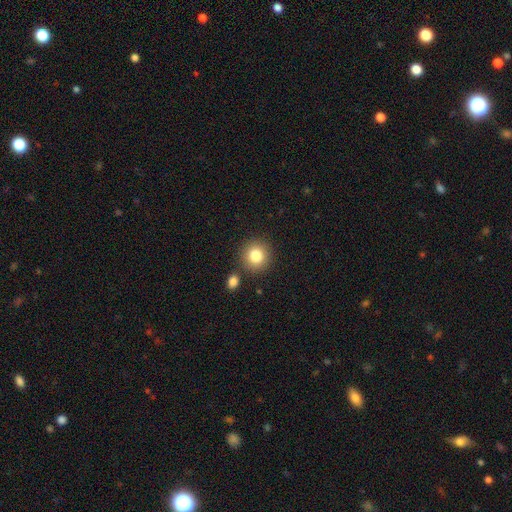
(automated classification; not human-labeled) A smooth galaxy with no disk features (83%) that is round (91%). Merging: none (84%).